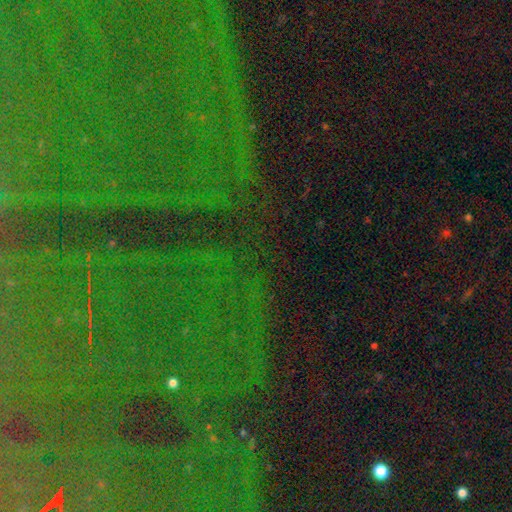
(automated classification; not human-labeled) Smooth or featured? Predicted: star or artifact (p=0.84).